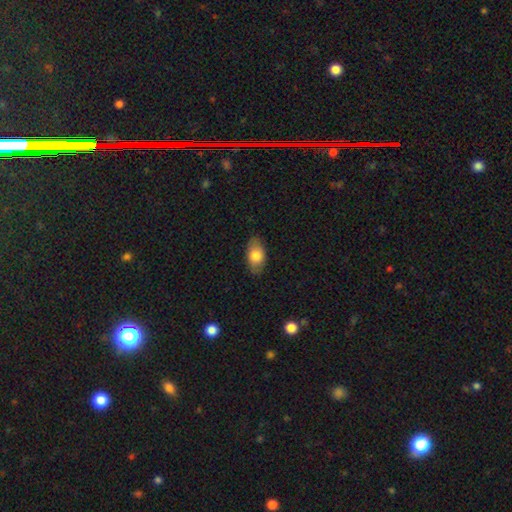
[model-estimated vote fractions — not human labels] Smooth or featured? Predicted: smooth (p=0.78). How rounded? Predicted: in between (p=0.91). Merging? Predicted: none (p=0.83).